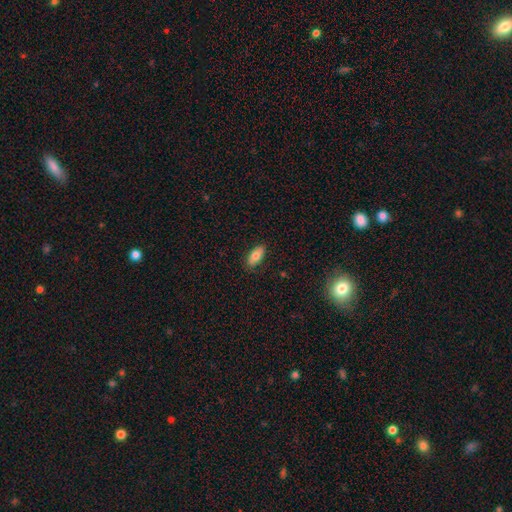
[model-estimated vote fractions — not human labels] smooth-or-featured: smooth: 76% | featured or disk: 16% | star or artifact: 7%
  how-rounded: in between: 88% | cigar-shaped: 9% | round: 3%
  merging: none: 87% | minor disturbance: 10% | major disturbance: 2% | merger: 1%